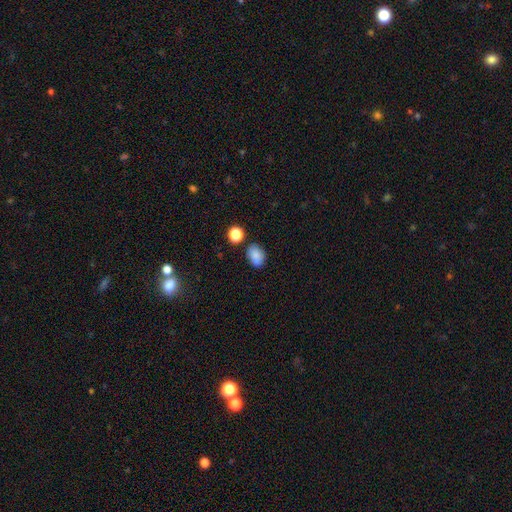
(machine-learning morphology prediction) Overall: smooth (84%). How rounded: in between (75%). Merging: none (75%).